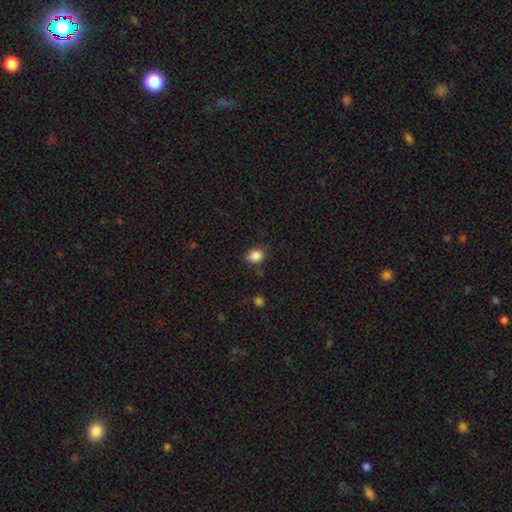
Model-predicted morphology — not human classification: Smooth or featured? Predicted: smooth (p=0.87). How rounded? Predicted: in between (p=0.56). Merging? Predicted: none (p=0.79).